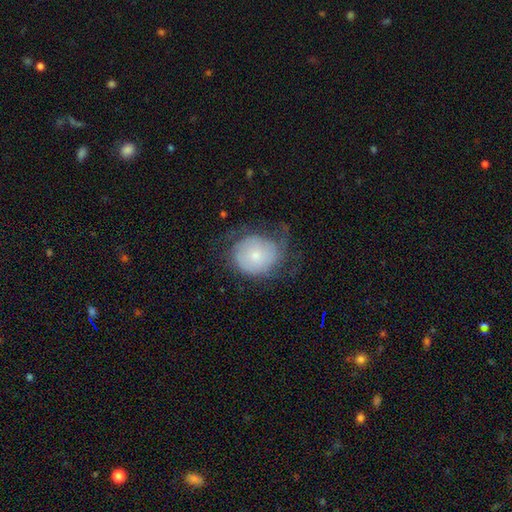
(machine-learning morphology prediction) smooth_or_featured: smooth (p=0.51) [alt: featured or disk p=0.42]
how_rounded: round (p=0.70) [alt: in between p=0.29]
merging: none (p=0.45) [alt: minor disturbance p=0.28]